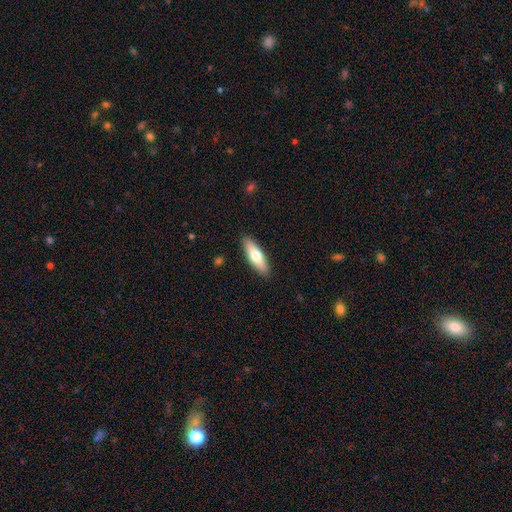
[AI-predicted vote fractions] A smooth galaxy with no disk features (69%) that is in between round and cigar-shaped (50%).

Vote fractions:
- Smooth or featured? smooth: 69% / featured or disk: 26% / star or artifact: 6%
- How rounded? in between: 50% / cigar-shaped: 48% / round: 2%
- Merging? none: 89% / minor disturbance: 8% / major disturbance: 2% / merger: 1%